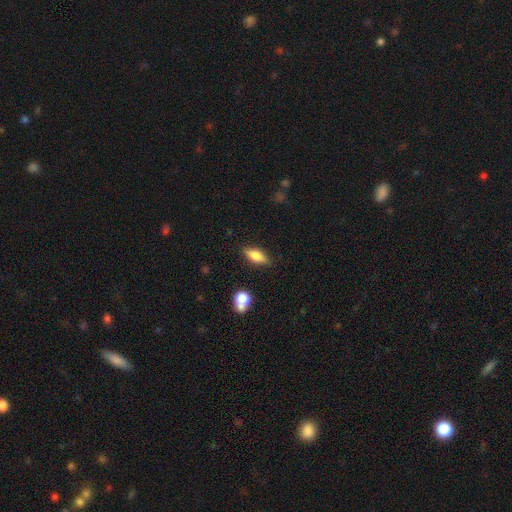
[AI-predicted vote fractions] This appears to be a smooth galaxy with no disk features (64%) that is in between round and cigar-shaped (69%). Merging: none (84%).